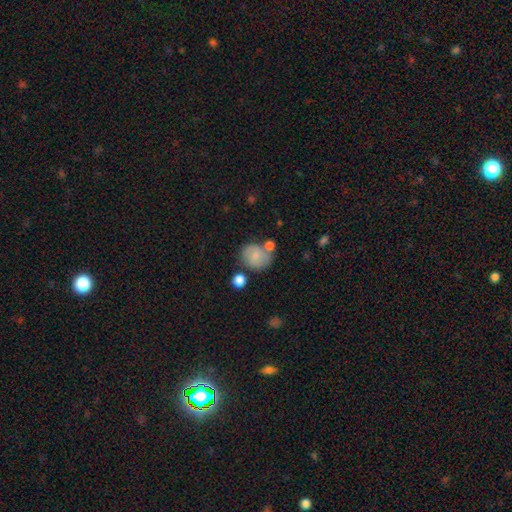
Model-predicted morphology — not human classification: A smooth galaxy with no disk features (76%) that is round (69%). Merging: none (57%).